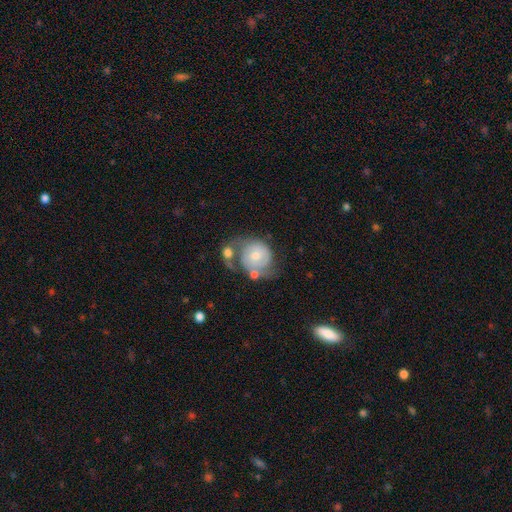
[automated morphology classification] The model was most divided on "bulge size": moderate: 50%, small: 44%, large: 3%, none: 2%, dominant: 1%. Remaining: edge-on disk — no (98%); spiral arms — yes (87%); bar — no (73%); smooth or featured — featured or disk (69%); spiral arm count — 2 (65%); spiral winding — tight (55%); merging — none (38%).